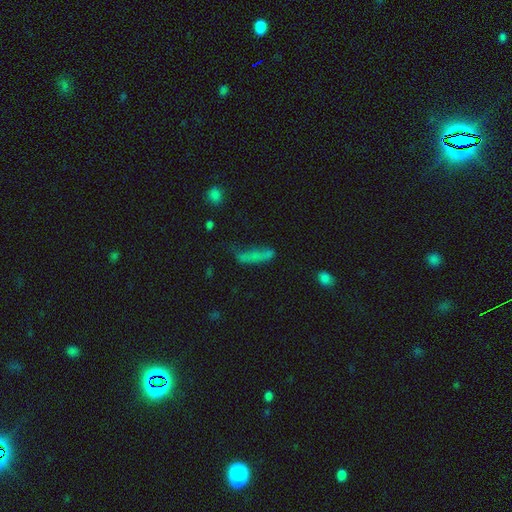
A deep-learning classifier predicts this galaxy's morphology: smooth_or_featured: smooth (p=0.59) [alt: featured or disk p=0.22]
how_rounded: cigar-shaped (p=0.61) [alt: in between p=0.35]
merging: none (p=0.39) [alt: major disturbance p=0.27]